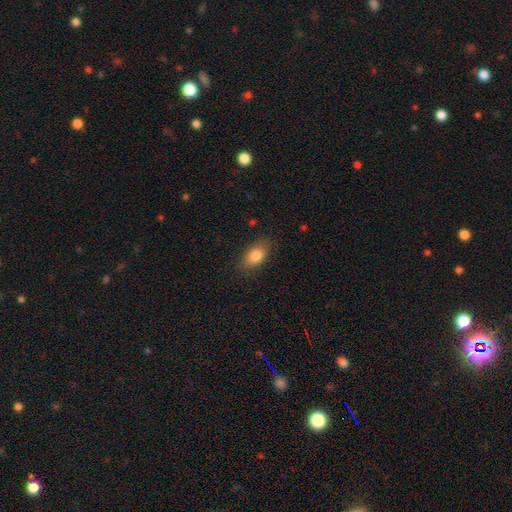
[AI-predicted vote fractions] smooth 83%, featured or disk 9%, star or artifact 8%. Down the decision tree: how rounded — in between (87%); merging — none (83%).